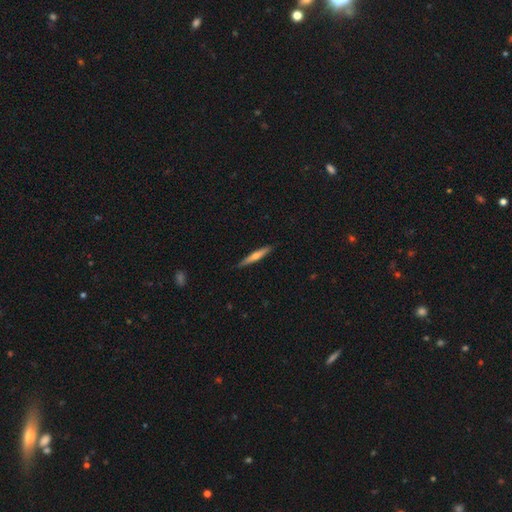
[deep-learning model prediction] A featured or disk galaxy (49%).

Vote fractions:
- Smooth or featured? featured or disk: 49% / smooth: 45% / star or artifact: 6%
- Merging? none: 89% / minor disturbance: 8% / major disturbance: 1% / merger: 1%